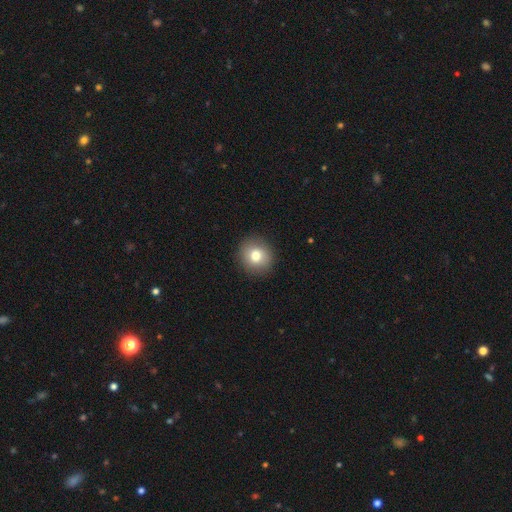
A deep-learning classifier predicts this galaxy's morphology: smooth_or_featured: smooth (p=0.78) [alt: featured or disk p=0.12]
how_rounded: round (p=0.89) [alt: in between p=0.10]
merging: none (p=0.91) [alt: minor disturbance p=0.06]